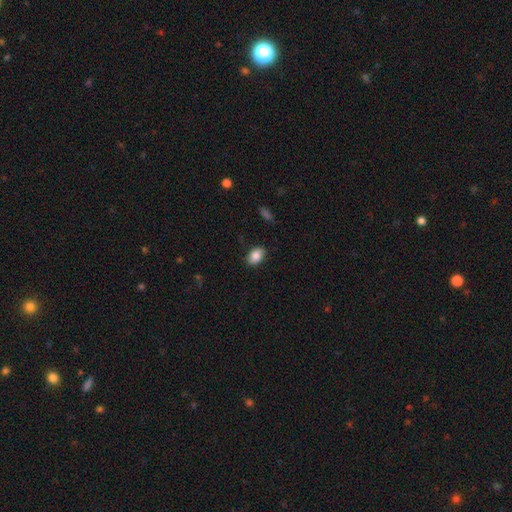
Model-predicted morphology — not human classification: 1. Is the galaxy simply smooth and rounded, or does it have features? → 85% smooth, 7% star or artifact, 7% featured or disk.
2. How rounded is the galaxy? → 85% in between, 14% round, 1% cigar-shaped.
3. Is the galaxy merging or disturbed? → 84% none, 12% minor disturbance, 3% major disturbance, 1% merger.